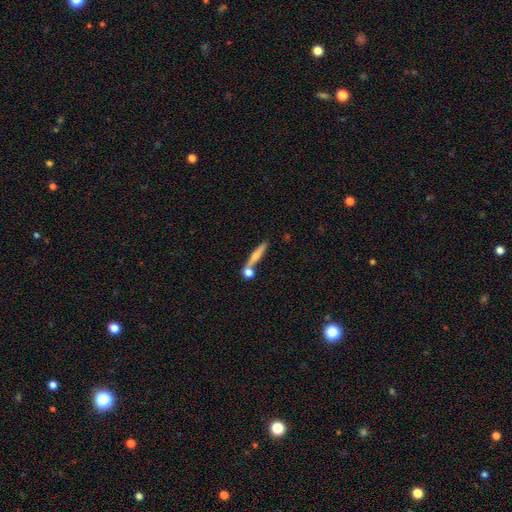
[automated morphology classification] Q: Smooth or featured?
A: smooth (55%); runner-up: featured or disk (37%)
Q: How rounded?
A: cigar-shaped (84%); runner-up: in between (10%)
Q: Merging?
A: none (63%); runner-up: merger (22%)